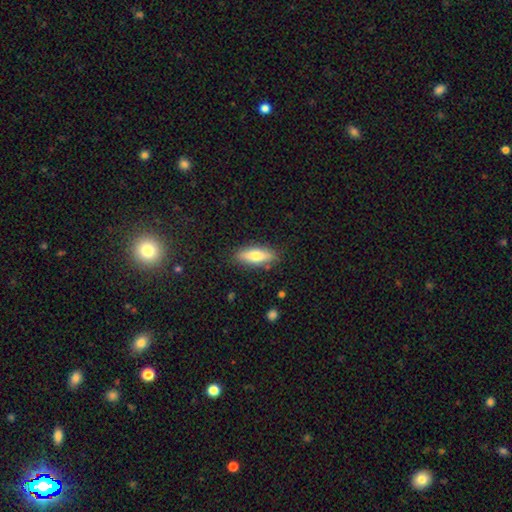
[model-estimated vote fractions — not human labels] A smooth galaxy with no disk features (68%) that is in between round and cigar-shaped (58%).

Vote fractions:
- Smooth or featured? smooth: 68% / featured or disk: 26% / star or artifact: 6%
- How rounded? in between: 58% / cigar-shaped: 40% / round: 3%
- Merging? none: 84% / minor disturbance: 12% / major disturbance: 3% / merger: 2%